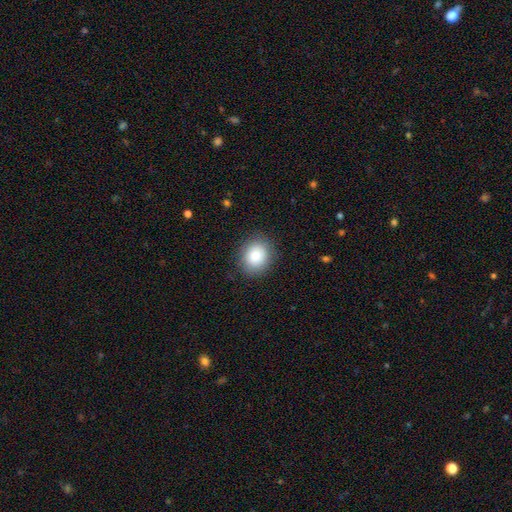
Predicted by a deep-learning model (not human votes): This appears to be a smooth galaxy with no disk features (86%) that is round (69%). Merging: none (87%).